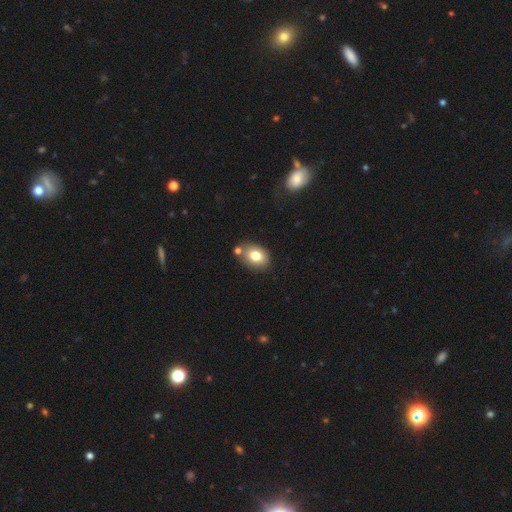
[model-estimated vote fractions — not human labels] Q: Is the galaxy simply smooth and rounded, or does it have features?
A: smooth — 78%.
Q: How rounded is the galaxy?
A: in between — 65%.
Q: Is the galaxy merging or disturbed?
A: none — 69%.